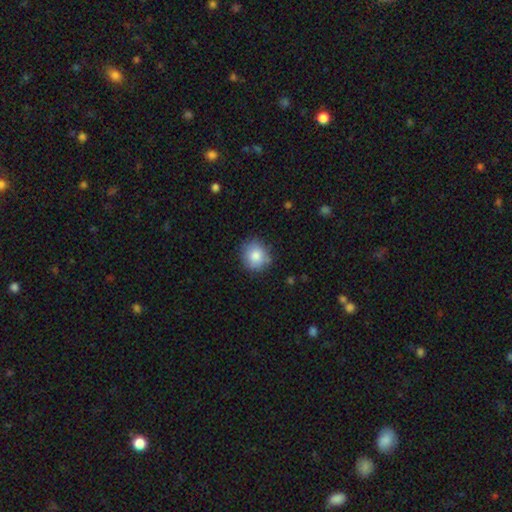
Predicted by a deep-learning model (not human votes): smooth_or_featured: smooth (p=0.83) [alt: featured or disk p=0.09]
how_rounded: round (p=0.84) [alt: in between p=0.15]
merging: none (p=0.81) [alt: minor disturbance p=0.14]